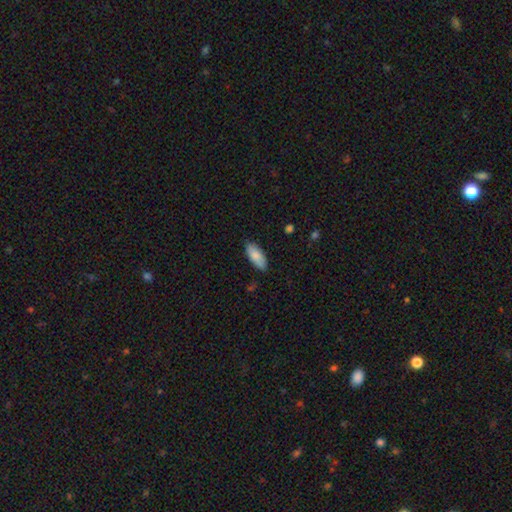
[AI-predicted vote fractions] Morphology: type=smooth (84%); roundness=in between (83%); merging=none (82%).